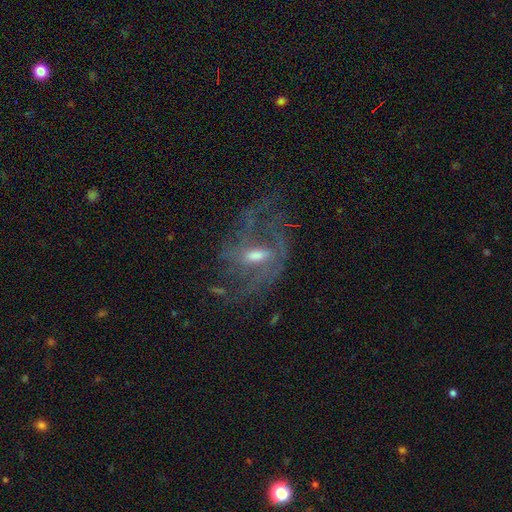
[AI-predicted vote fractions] Morphology: type=featured or disk (78%); edge-on=no (93%); bar=weak (49%); spiral arms=yes (75%); winding=loose (41%, tied with medium); arm count=2 (41%); bulge=moderate (56%); merging=none (46%).